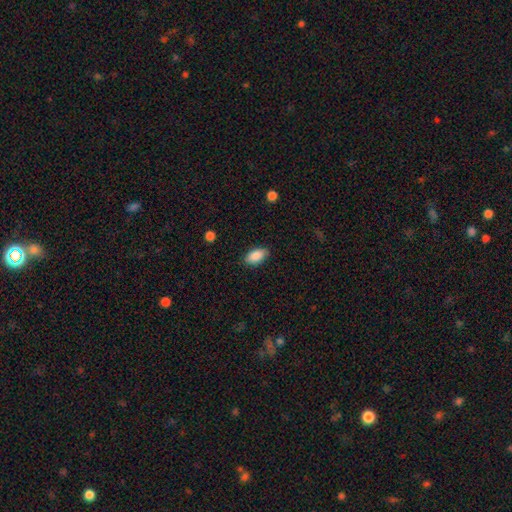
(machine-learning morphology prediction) Smooth or featured: smooth — 88% (star or artifact — 7%)
How rounded: in between — 93% (round — 4%)
Merging: none — 85% (minor disturbance — 11%)